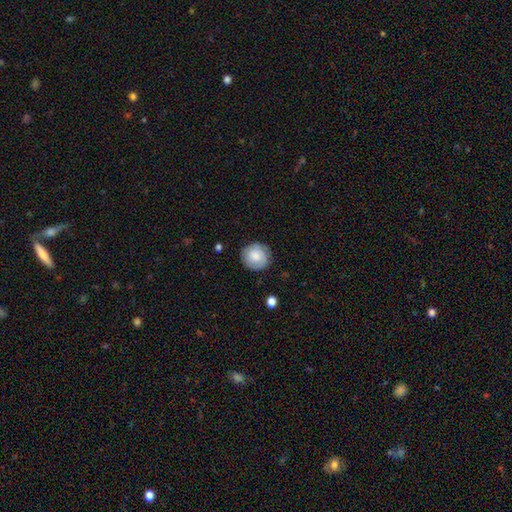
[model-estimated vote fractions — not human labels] Smooth or featured: smooth — 73% (featured or disk — 20%)
How rounded: round — 91% (in between — 8%)
Merging: none — 84% (minor disturbance — 12%)